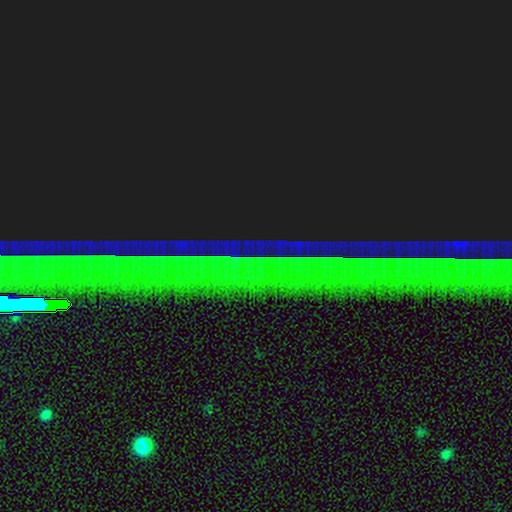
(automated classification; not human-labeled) smooth-or-featured: star or artifact: 85% | featured or disk: 8% | smooth: 7%